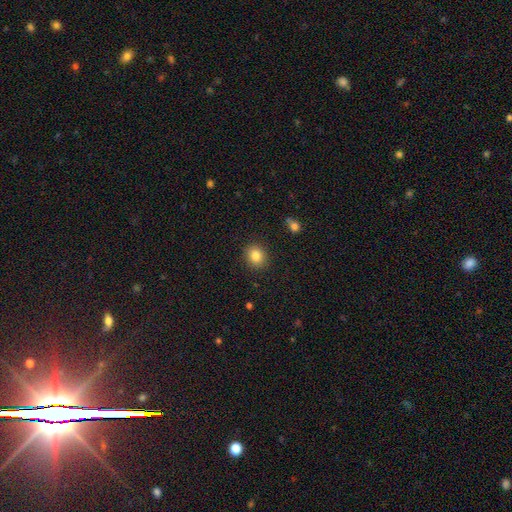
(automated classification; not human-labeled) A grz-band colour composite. It shows a smooth galaxy with no disk features (83%) that is round (74%). Merging: none (89%).